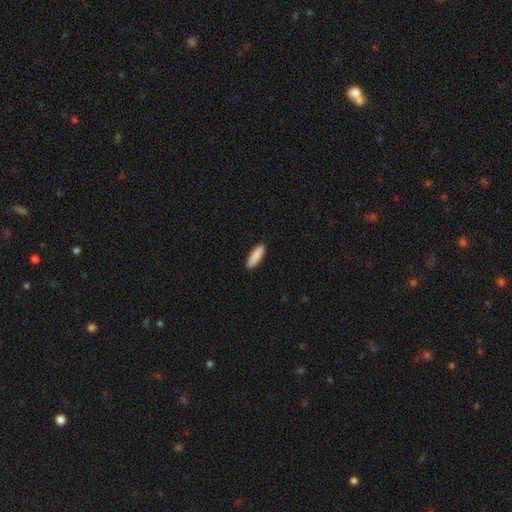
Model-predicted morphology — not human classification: This appears to be a smooth galaxy with no disk features (90%) that is cigar-shaped (56%). Merging: none (91%).